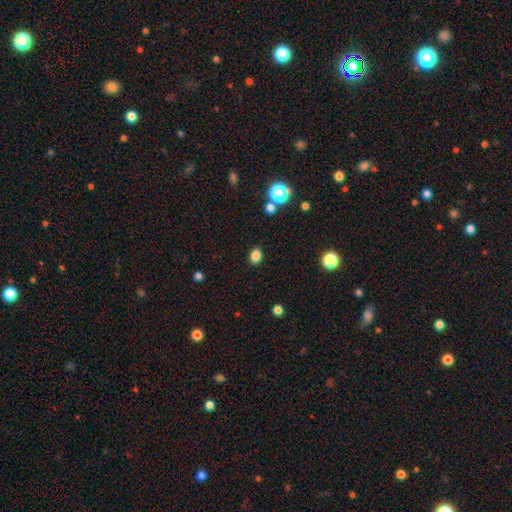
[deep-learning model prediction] A smooth galaxy with no disk features (83%) that is in between round and cigar-shaped (65%).

Vote fractions:
- Smooth or featured? smooth: 83% / star or artifact: 12% / featured or disk: 5%
- How rounded? in between: 65% / round: 34% / cigar-shaped: 1%
- Merging? none: 88% / minor disturbance: 8% / major disturbance: 2% / merger: 2%